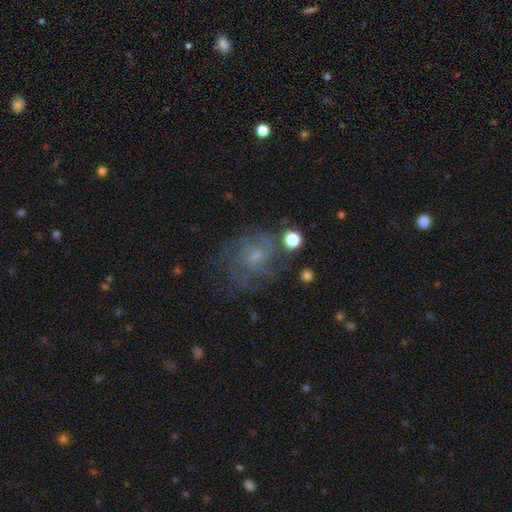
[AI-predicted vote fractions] Smooth or featured? featured or disk (61%)
Edge-on disk? no (97%)
Bar? no (71%)
Spiral arms? yes (83%)
Bulge size? small (57%)
Merging? none (66%)